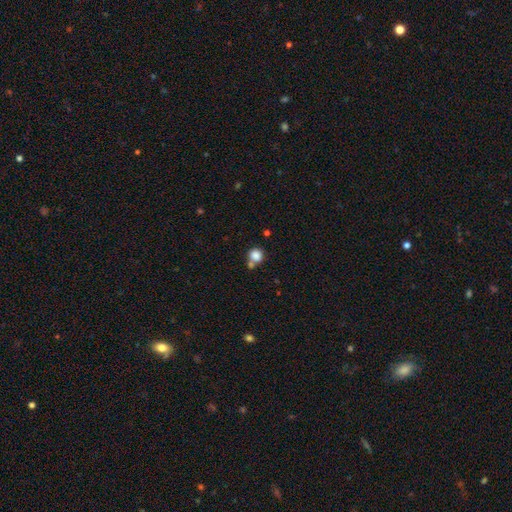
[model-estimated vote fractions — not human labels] A smooth galaxy with no disk features (84%) that is round (86%).

Vote fractions:
- Smooth or featured? smooth: 84% / star or artifact: 10% / featured or disk: 6%
- How rounded? round: 86% / in between: 13% / cigar-shaped: 1%
- Merging? none: 57% / merger: 28% / minor disturbance: 11% / major disturbance: 4%